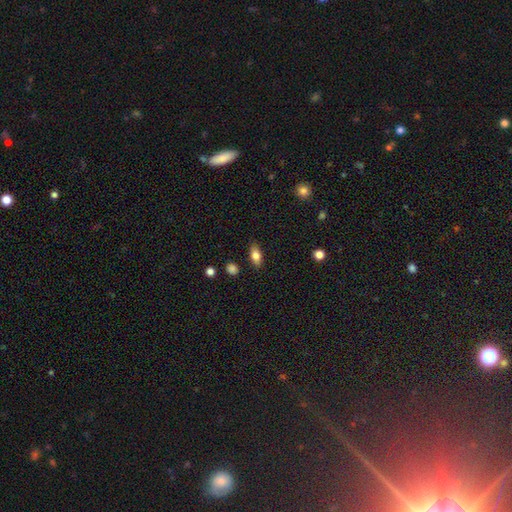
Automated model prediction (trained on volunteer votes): Smooth or featured? Predicted: smooth (p=0.78). How rounded? Predicted: in between (p=0.85). Merging? Predicted: none (p=0.86).